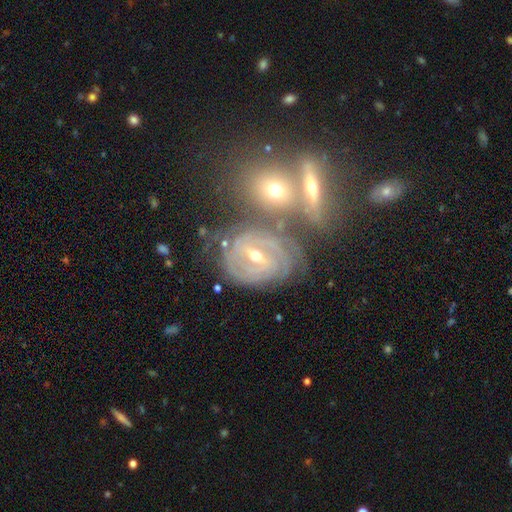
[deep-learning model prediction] Smooth or featured? Predicted: featured or disk (p=0.84). Edge-on disk? Predicted: no (p=0.94). Bar? Predicted: weak (p=0.45). Spiral arms? Predicted: yes (p=0.94). Spiral winding? Predicted: tight (p=0.76). Spiral arm count? Predicted: can't tell (p=0.32). Bulge size? Predicted: moderate (p=0.51). Merging? Predicted: none (p=0.61).